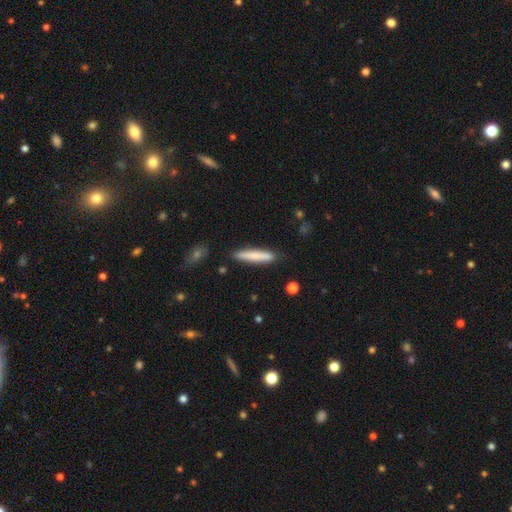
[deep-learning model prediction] Morphology: type=smooth (76%); roundness=cigar-shaped (92%); merging=none (87%).